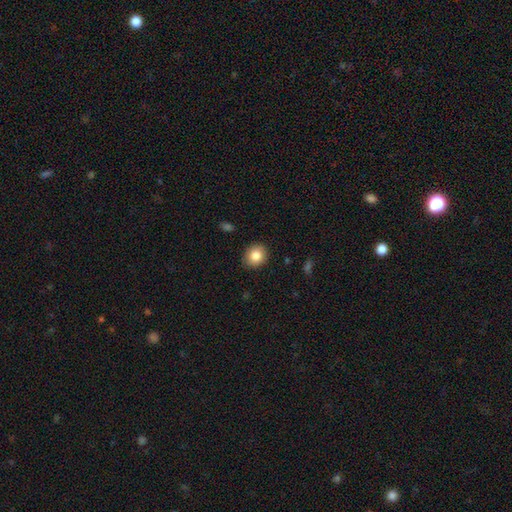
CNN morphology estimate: A smooth galaxy with no disk features (84%) that is round (71%).

Vote fractions:
- Smooth or featured? smooth: 84% / star or artifact: 9% / featured or disk: 7%
- How rounded? round: 71% / in between: 28% / cigar-shaped: 1%
- Merging? none: 88% / minor disturbance: 9% / major disturbance: 2% / merger: 1%